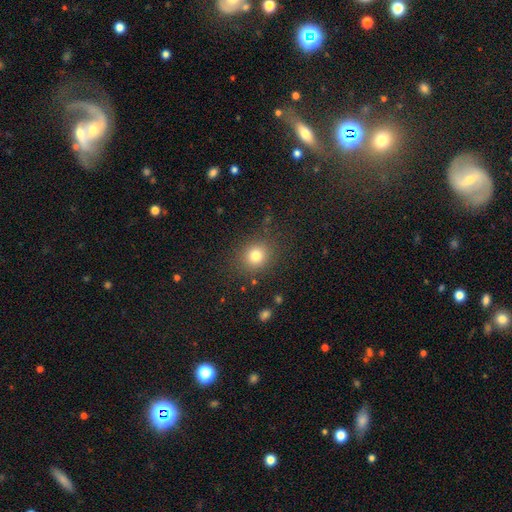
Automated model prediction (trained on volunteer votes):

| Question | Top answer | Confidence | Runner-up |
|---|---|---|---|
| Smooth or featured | smooth | 79% | star or artifact (13%) |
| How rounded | round | 77% | in between (22%) |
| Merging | none | 85% | minor disturbance (10%) |